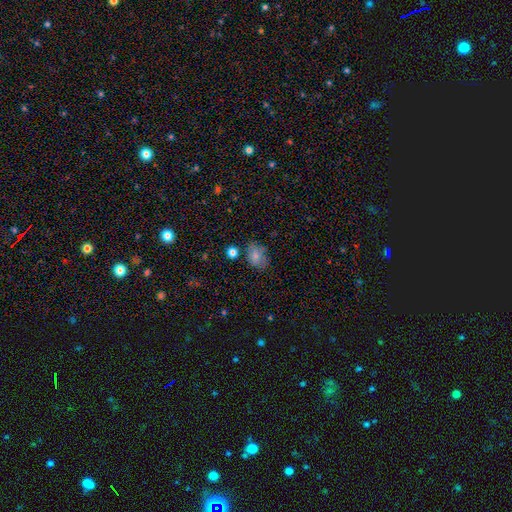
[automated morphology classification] type=smooth (78%); roundness=in between (72%); merging=none (67%).